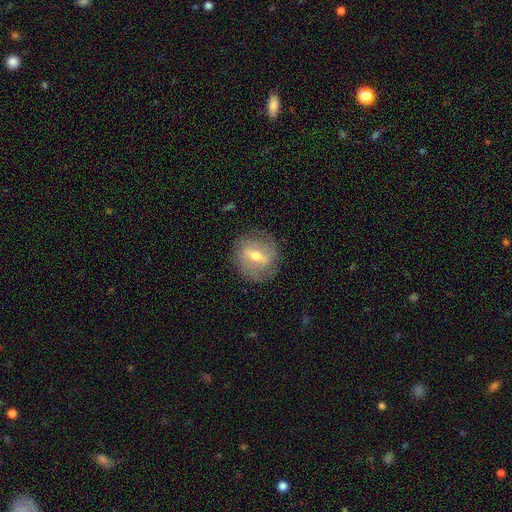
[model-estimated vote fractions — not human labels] smooth_or_featured: featured or disk (p=0.67) [alt: smooth p=0.26]
disk_edge_on: no (p=0.91) [alt: yes p=0.09]
bar: strong (p=0.43) [tied with: weak p=0.43]
has_spiral_arms: yes (p=0.60) [alt: no p=0.40]
bulge_size: moderate (p=0.69) [alt: small p=0.24]
merging: none (p=0.79) [alt: minor disturbance p=0.14]